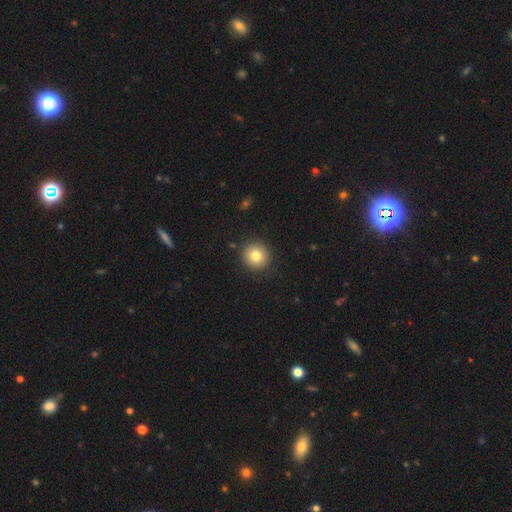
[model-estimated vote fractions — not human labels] Q: Smooth or featured?
A: smooth (81%); runner-up: star or artifact (10%)
Q: How rounded?
A: round (93%); runner-up: in between (6%)
Q: Merging?
A: none (91%); runner-up: minor disturbance (6%)